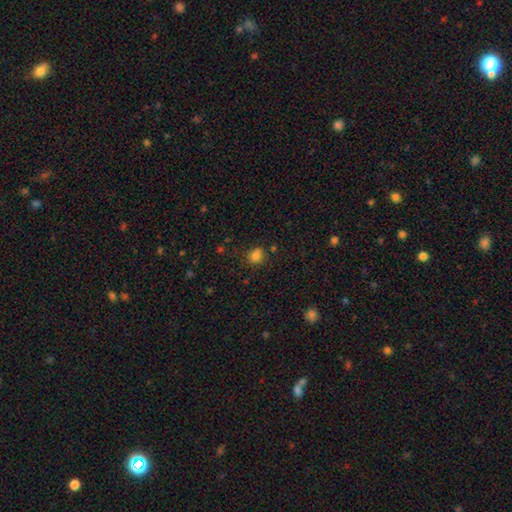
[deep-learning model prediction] smooth-or-featured: smooth: 82% | star or artifact: 13% | featured or disk: 5%
  how-rounded: round: 76% | in between: 23% | cigar-shaped: 1%
  merging: none: 78% | minor disturbance: 14% | merger: 4% | major disturbance: 4%